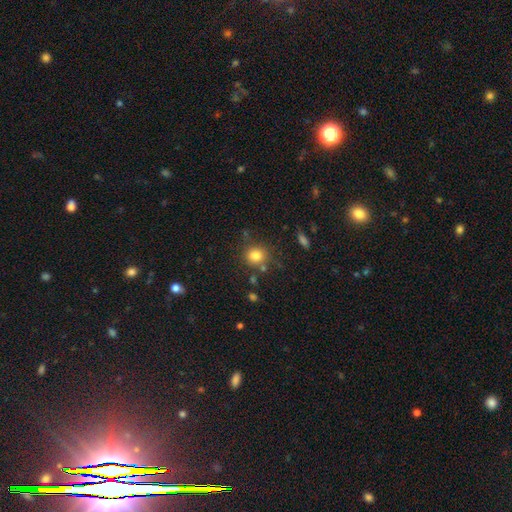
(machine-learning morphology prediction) smooth 81%, star or artifact 12%, featured or disk 7%. Down the decision tree: how rounded — round (82%); merging — none (75%).